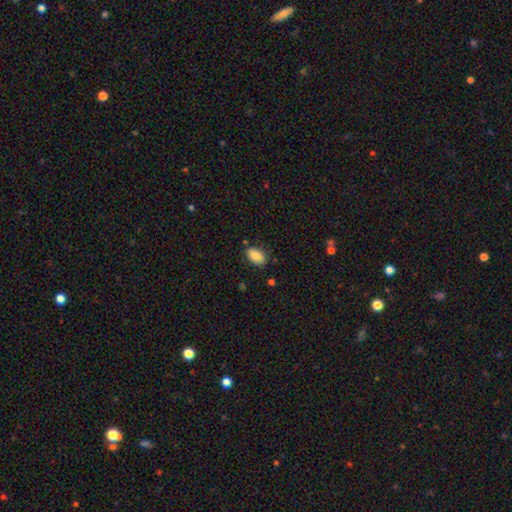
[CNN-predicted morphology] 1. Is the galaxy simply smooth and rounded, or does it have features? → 86% smooth, 8% star or artifact, 7% featured or disk.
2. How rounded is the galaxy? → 92% in between, 6% round, 2% cigar-shaped.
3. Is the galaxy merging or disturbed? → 80% none, 14% minor disturbance, 3% merger, 3% major disturbance.